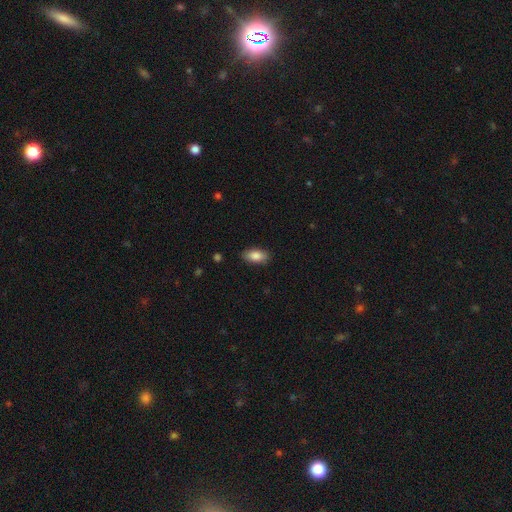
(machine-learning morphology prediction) This appears to be a smooth galaxy with no disk features (85%) that is in between round and cigar-shaped (91%). Merging: none (87%).